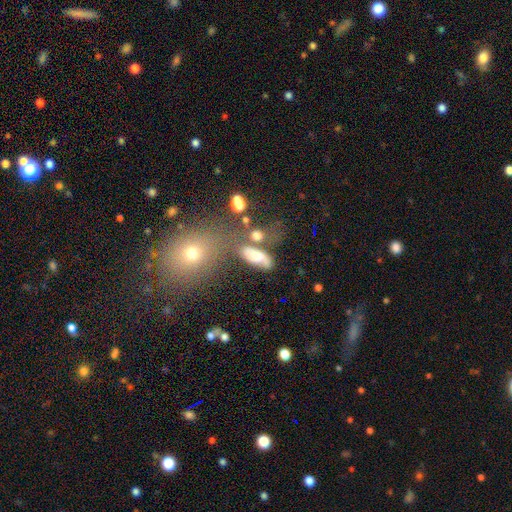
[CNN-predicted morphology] Smooth or featured? smooth (56%)
How rounded? in between (77%)
Merging? none (41%)